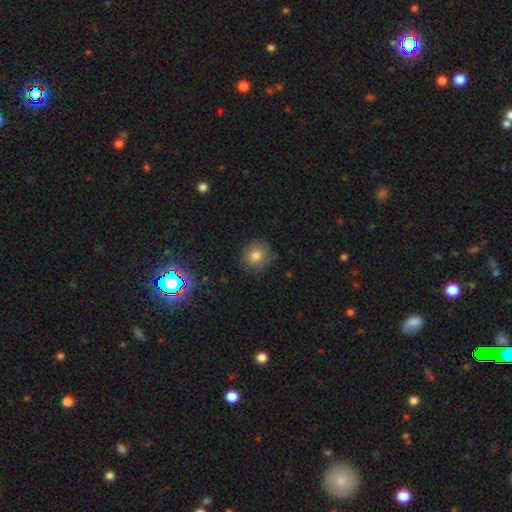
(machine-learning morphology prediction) Smooth or featured? smooth (76%)
How rounded? round (87%)
Merging? none (85%)